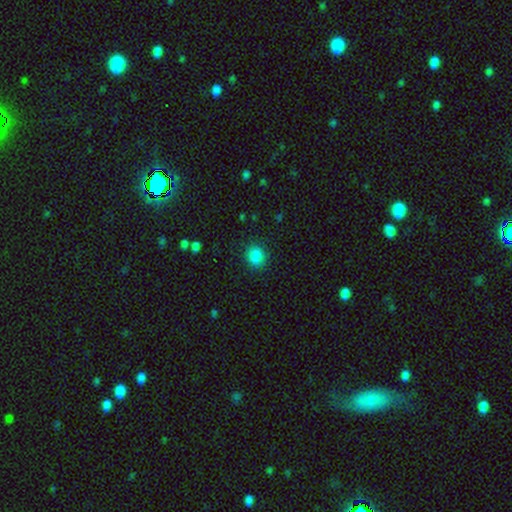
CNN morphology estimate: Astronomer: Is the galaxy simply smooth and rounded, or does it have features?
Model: smooth — 86%.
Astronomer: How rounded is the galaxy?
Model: round — 70%.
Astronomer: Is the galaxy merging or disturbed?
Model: none — 87%.